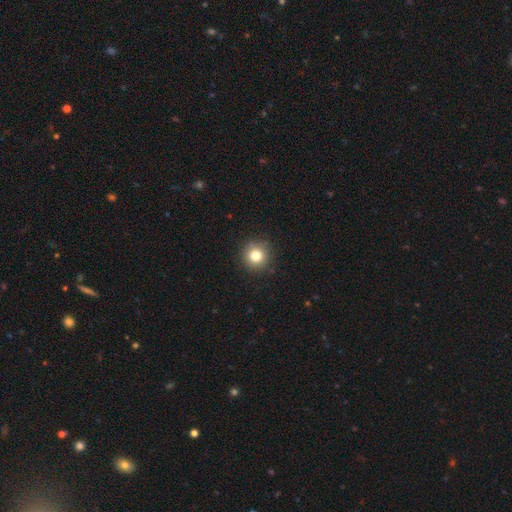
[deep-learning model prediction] This is likely a smooth galaxy (80%). How rounded: clearly round (94%). Merging: clearly none (88%).